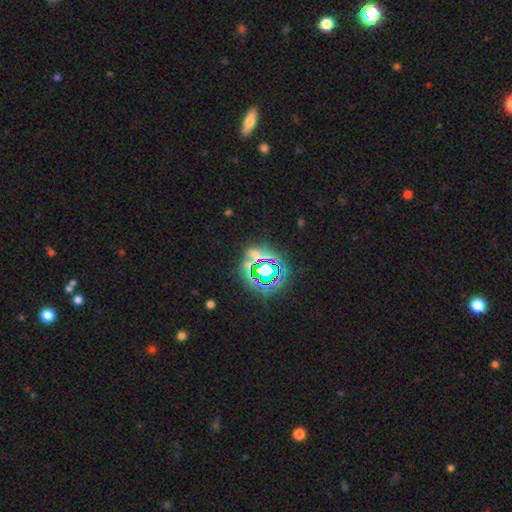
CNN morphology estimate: star or artifact 67%, smooth 22%, featured or disk 11%.